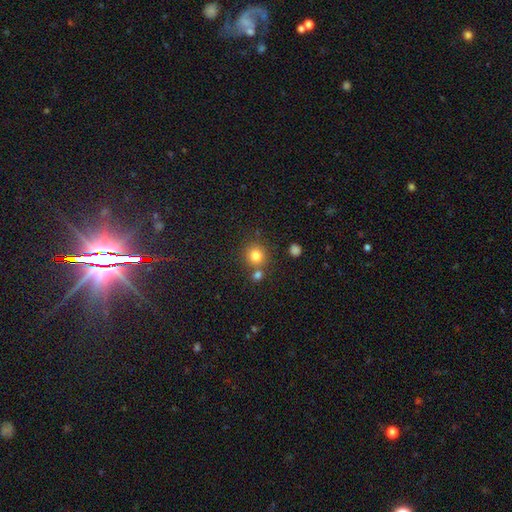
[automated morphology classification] smooth_or_featured: smooth (p=0.80) [alt: star or artifact p=0.13]
how_rounded: round (p=0.89) [alt: in between p=0.10]
merging: none (p=0.70) [alt: merger p=0.18]